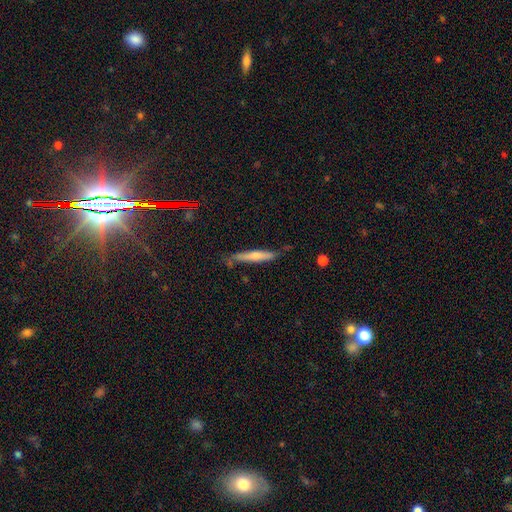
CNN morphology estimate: Smooth or featured: smooth — 55% (featured or disk — 39%)
How rounded: cigar-shaped — 92% (in between — 7%)
Merging: none — 71% (minor disturbance — 21%)